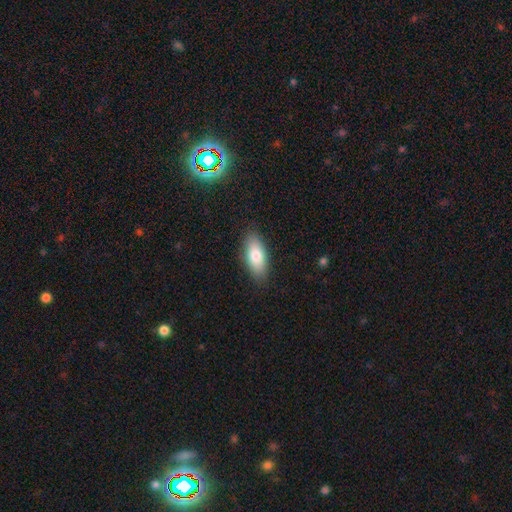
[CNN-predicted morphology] Overall: smooth (81%). How rounded: in between (85%). Merging: none (86%).